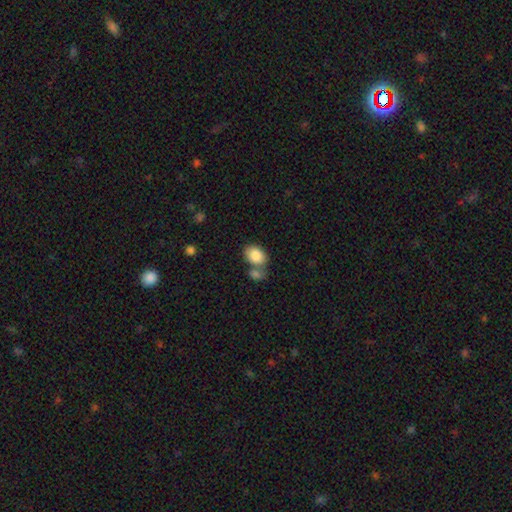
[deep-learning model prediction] This is clearly a smooth galaxy (85%). How rounded: likely in between (77%). Merging: possibly none (45%).